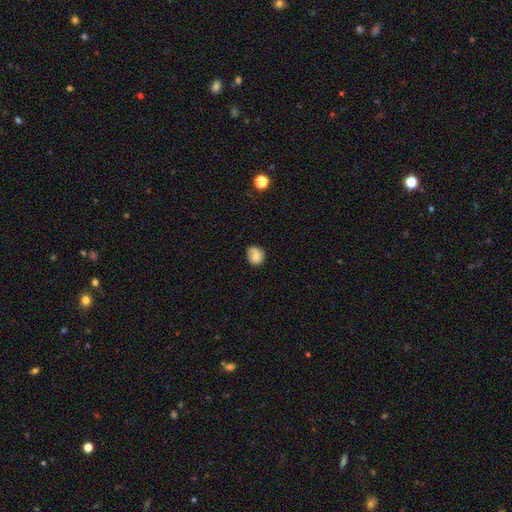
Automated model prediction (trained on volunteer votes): Smooth or featured? Predicted: smooth (p=0.69). How rounded? Predicted: round (p=0.77). Merging? Predicted: none (p=0.67).